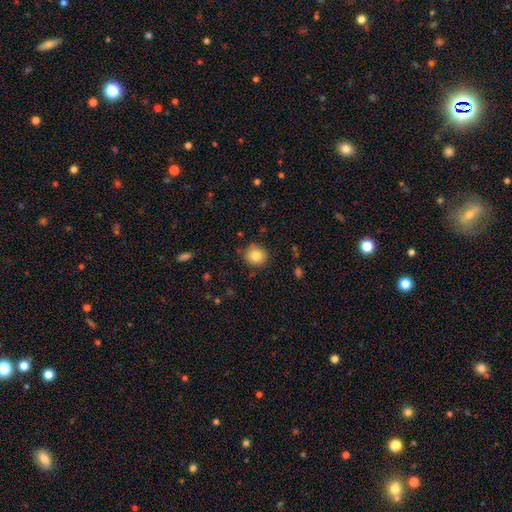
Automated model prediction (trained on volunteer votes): Q: Smooth or featured?
A: smooth (83%); runner-up: star or artifact (9%)
Q: How rounded?
A: round (83%); runner-up: in between (16%)
Q: Merging?
A: none (83%); runner-up: minor disturbance (13%)